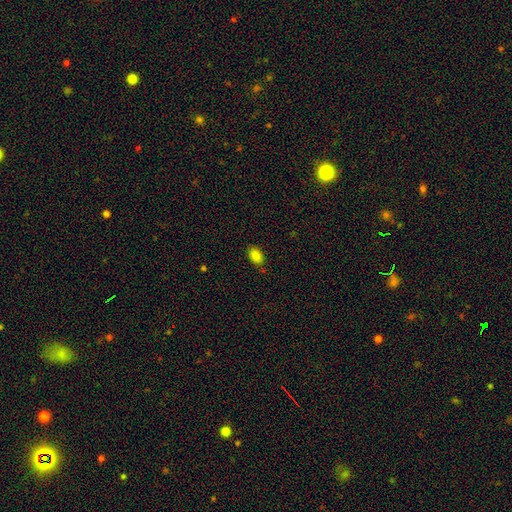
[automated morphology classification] A smooth galaxy with no disk features (86%) that is in between round and cigar-shaped (88%). Merging: none (79%).